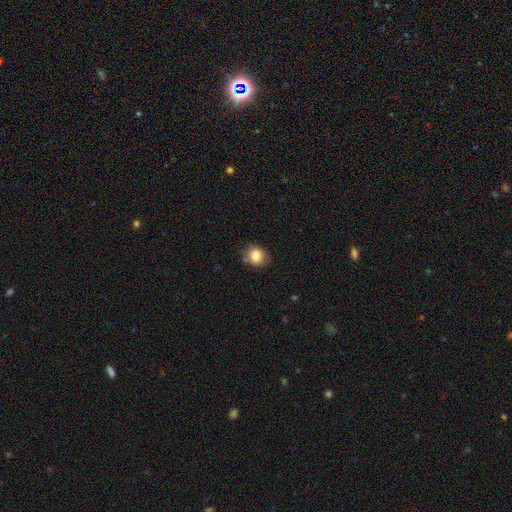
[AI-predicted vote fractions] Overall: smooth (84%). How rounded: round (73%). Merging: none (79%).